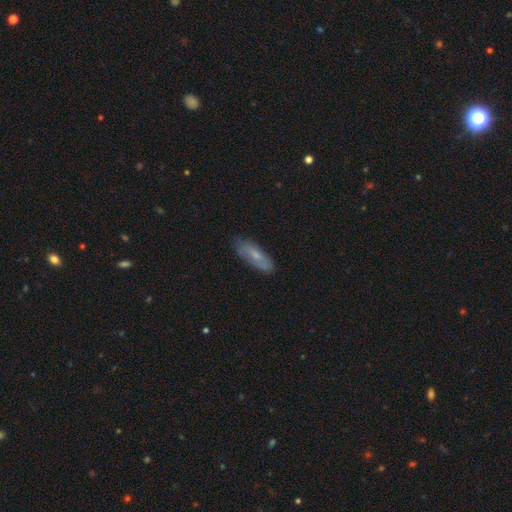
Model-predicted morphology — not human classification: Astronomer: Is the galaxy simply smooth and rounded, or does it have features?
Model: smooth — 58% (runner-up: featured or disk, 35%).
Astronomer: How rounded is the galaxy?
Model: in between — 58% (runner-up: cigar-shaped, 40%).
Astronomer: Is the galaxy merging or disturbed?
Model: none — 75%.